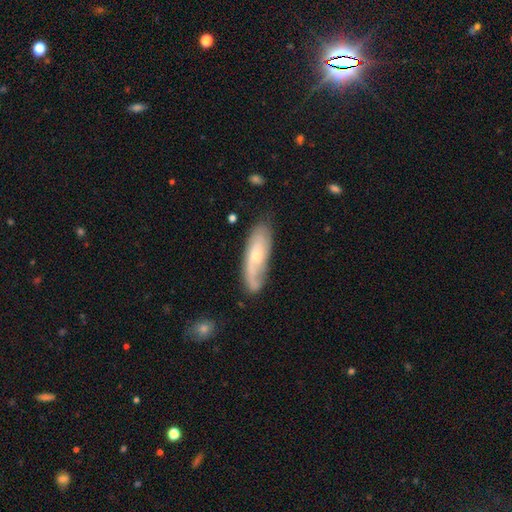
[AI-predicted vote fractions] Smooth or featured: featured or disk — 57% (smooth — 37%)
Edge-on disk: no — 79% (yes — 21%)
Merging: none — 66% (minor disturbance — 24%)